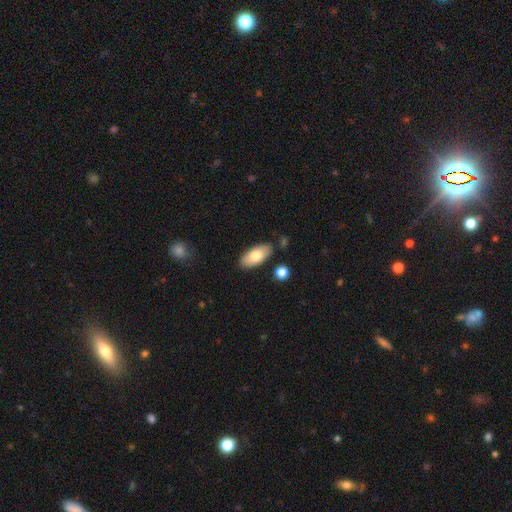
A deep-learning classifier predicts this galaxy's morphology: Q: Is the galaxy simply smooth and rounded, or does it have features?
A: smooth — 79%.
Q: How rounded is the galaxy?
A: in between — 90%.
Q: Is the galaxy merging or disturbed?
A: none — 82%.